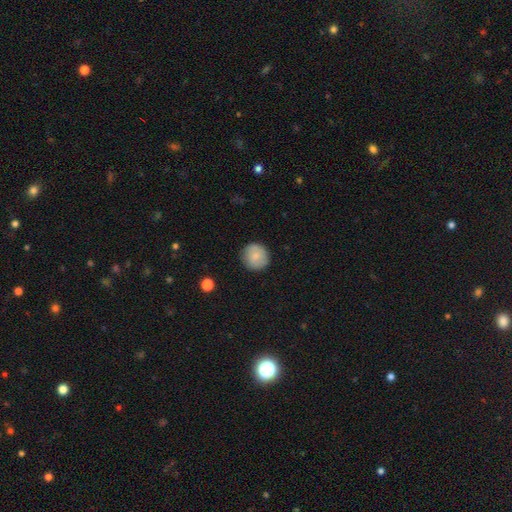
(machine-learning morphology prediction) Smooth or featured? Predicted: smooth (p=0.81). How rounded? Predicted: round (p=0.94). Merging? Predicted: none (p=0.88).